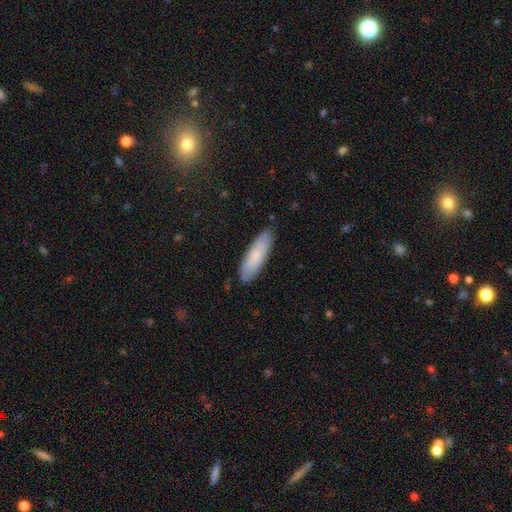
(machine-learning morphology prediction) This is likely a smooth galaxy (78%). How rounded: possibly cigar-shaped (59%). Merging: clearly none (86%).